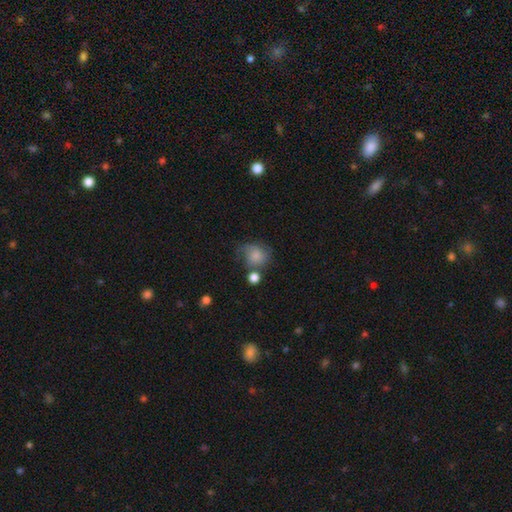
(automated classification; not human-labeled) smooth-or-featured: smooth: 72% | featured or disk: 18% | star or artifact: 9%
  how-rounded: round: 70% | in between: 29% | cigar-shaped: 1%
  merging: none: 42% | minor disturbance: 26% | major disturbance: 17% | merger: 15%